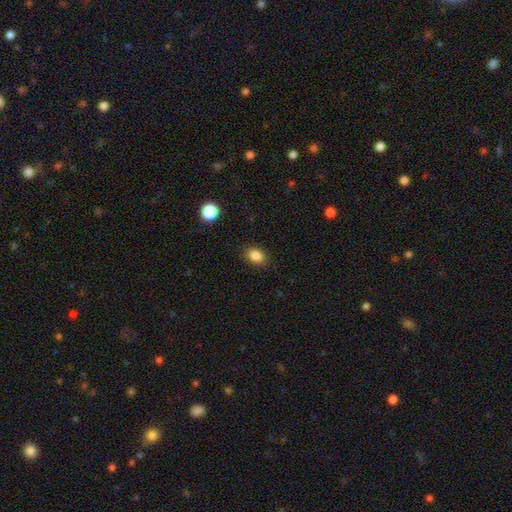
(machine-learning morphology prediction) smooth-or-featured: smooth: 86% | star or artifact: 10% | featured or disk: 4%
  how-rounded: in between: 71% | round: 27% | cigar-shaped: 1%
  merging: none: 87% | minor disturbance: 10% | major disturbance: 3% | merger: 1%